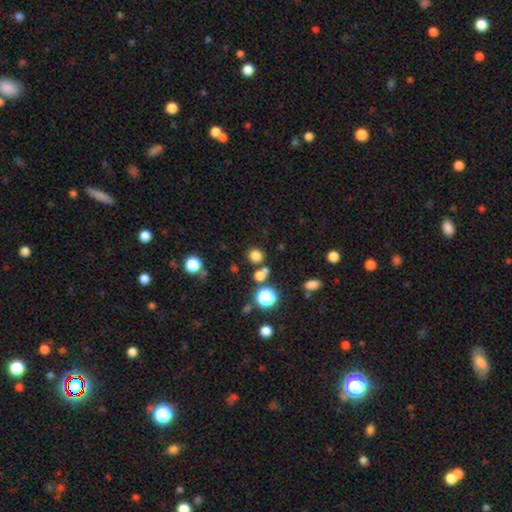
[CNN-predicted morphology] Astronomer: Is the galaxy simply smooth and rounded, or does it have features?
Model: smooth — 76%.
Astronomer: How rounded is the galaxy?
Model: round — 85%.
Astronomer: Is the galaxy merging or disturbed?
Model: none — 76%.